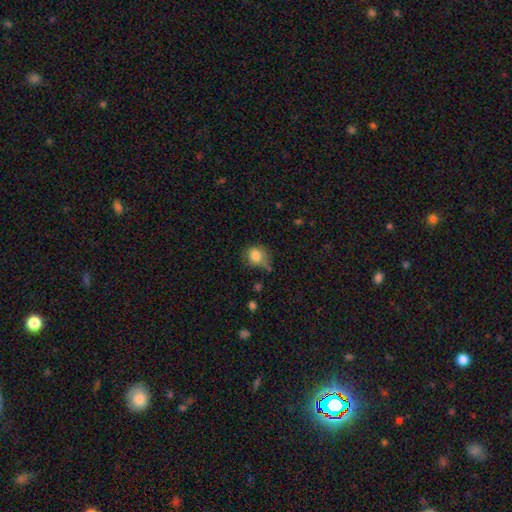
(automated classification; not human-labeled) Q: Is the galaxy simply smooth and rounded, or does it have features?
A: smooth — 81%.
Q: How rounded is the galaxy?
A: round — 63%.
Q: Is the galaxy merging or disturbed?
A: none — 51%.